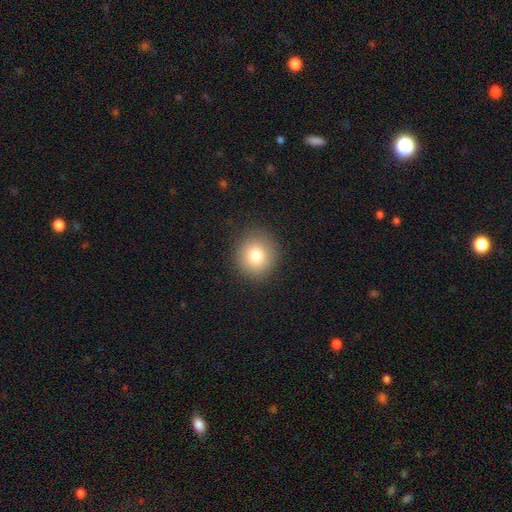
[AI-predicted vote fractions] Smooth or featured? Predicted: smooth (p=0.80). How rounded? Predicted: round (p=0.89). Merging? Predicted: none (p=0.89).